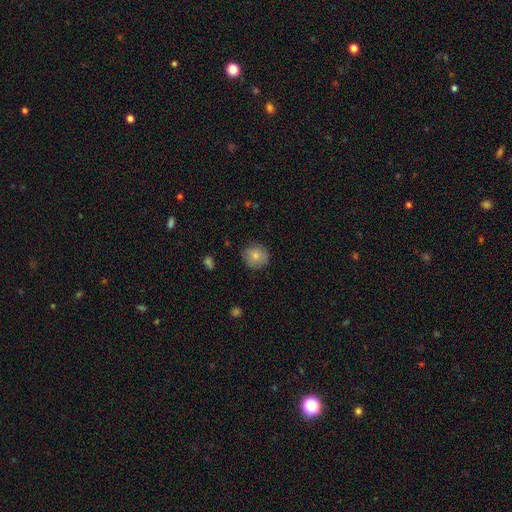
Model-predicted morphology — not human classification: Q: Smooth or featured?
A: smooth (81%); runner-up: featured or disk (10%)
Q: How rounded?
A: round (88%); runner-up: in between (11%)
Q: Merging?
A: none (84%); runner-up: minor disturbance (12%)